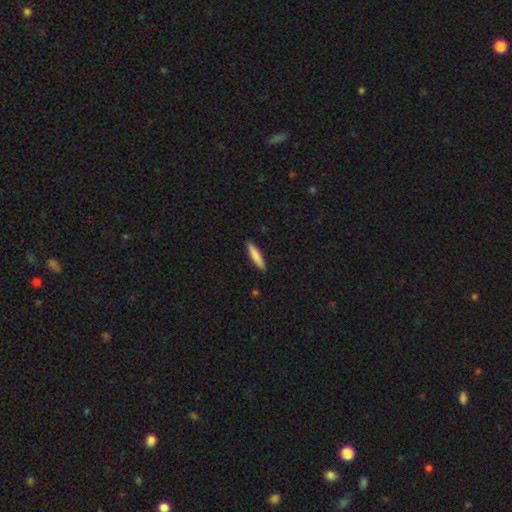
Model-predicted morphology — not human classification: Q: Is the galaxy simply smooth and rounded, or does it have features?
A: smooth — 82%.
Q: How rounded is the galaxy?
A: cigar-shaped — 85%.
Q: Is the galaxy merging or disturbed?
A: none — 90%.